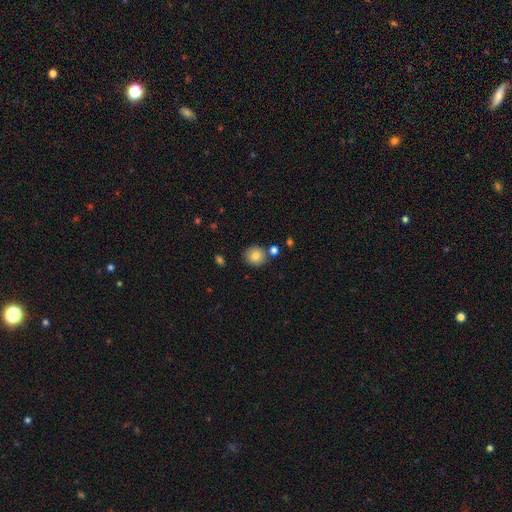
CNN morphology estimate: smooth-or-featured: smooth: 80% | star or artifact: 10% | featured or disk: 10%
  how-rounded: round: 87% | in between: 12% | cigar-shaped: 1%
  merging: none: 80% | minor disturbance: 9% | merger: 9% | major disturbance: 2%